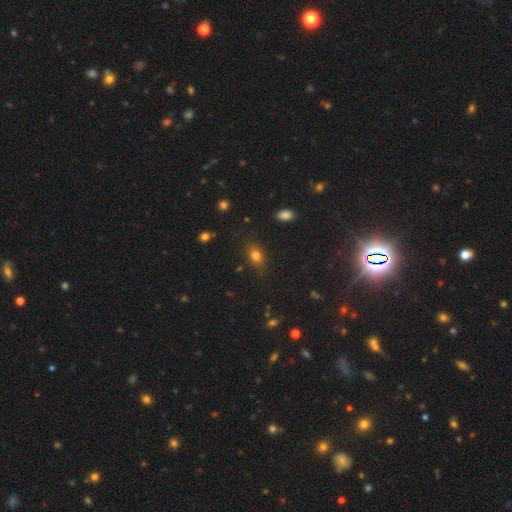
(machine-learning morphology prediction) smooth_or_featured: smooth (p=0.78) [alt: star or artifact p=0.13]
how_rounded: in between (p=0.73) [alt: round p=0.24]
merging: none (p=0.77) [alt: minor disturbance p=0.17]